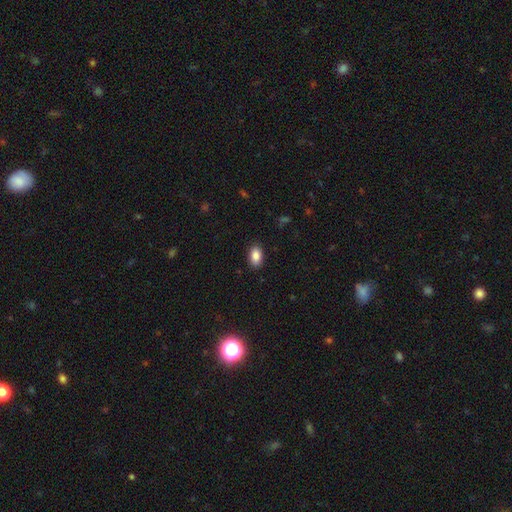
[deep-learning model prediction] This is clearly a smooth galaxy (88%). How rounded: clearly in between (90%). Merging: clearly none (89%).